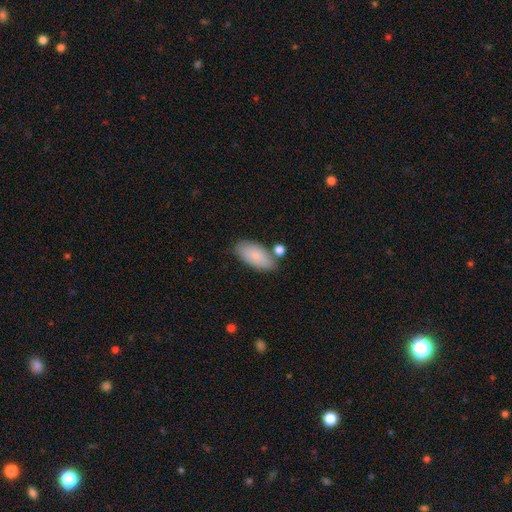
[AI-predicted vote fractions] smooth_or_featured: smooth (p=0.84) [alt: featured or disk p=0.10]
how_rounded: in between (p=0.92) [alt: cigar-shaped p=0.06]
merging: none (p=0.70) [alt: minor disturbance p=0.16]